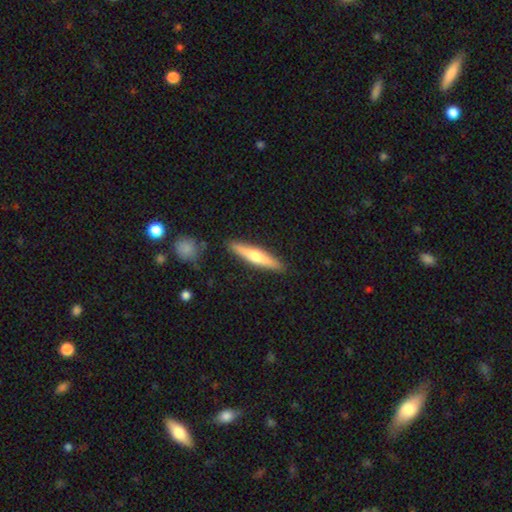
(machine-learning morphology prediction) This is possibly a featured or disk galaxy (51%). It is clearly viewed edge-on (95%). Merging: clearly none (89%).